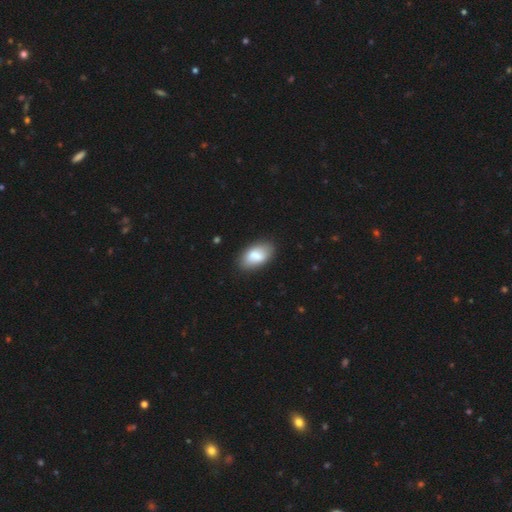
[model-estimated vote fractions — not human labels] Q: Smooth or featured?
A: smooth (80%); runner-up: featured or disk (13%)
Q: How rounded?
A: in between (94%); runner-up: round (4%)
Q: Merging?
A: none (80%); runner-up: minor disturbance (15%)